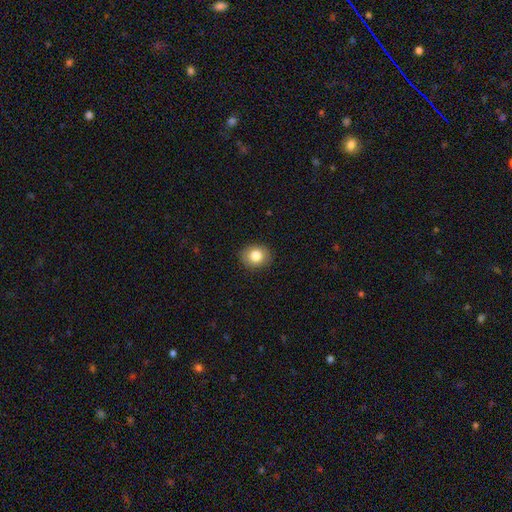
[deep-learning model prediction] smooth_or_featured: smooth (p=0.82) [alt: featured or disk p=0.09]
how_rounded: round (p=0.62) [alt: in between p=0.37]
merging: none (p=0.89) [alt: minor disturbance p=0.08]